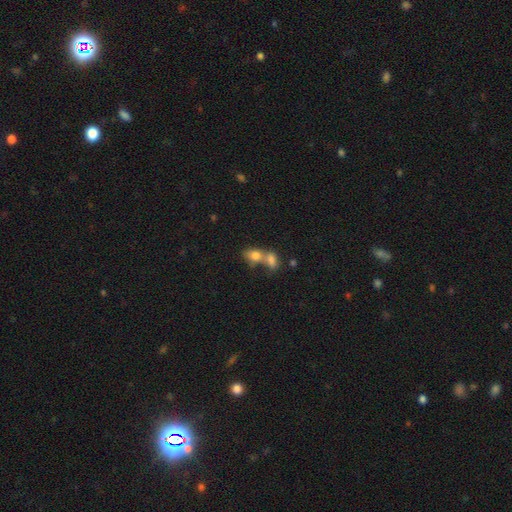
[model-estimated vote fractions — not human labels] smooth_or_featured: smooth (p=0.77) [alt: featured or disk p=0.13]
how_rounded: in between (p=0.70) [alt: round p=0.27]
merging: merger (p=0.68) [alt: none p=0.20]